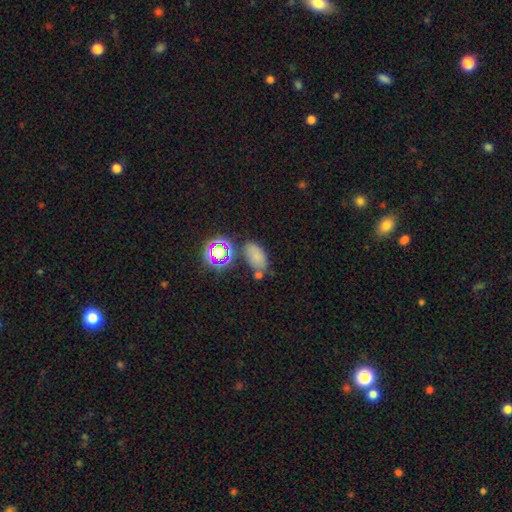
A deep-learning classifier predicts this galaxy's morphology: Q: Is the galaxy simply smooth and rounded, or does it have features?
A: smooth — 68%.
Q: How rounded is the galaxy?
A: in between — 89%.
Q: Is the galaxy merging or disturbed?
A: none — 63%.